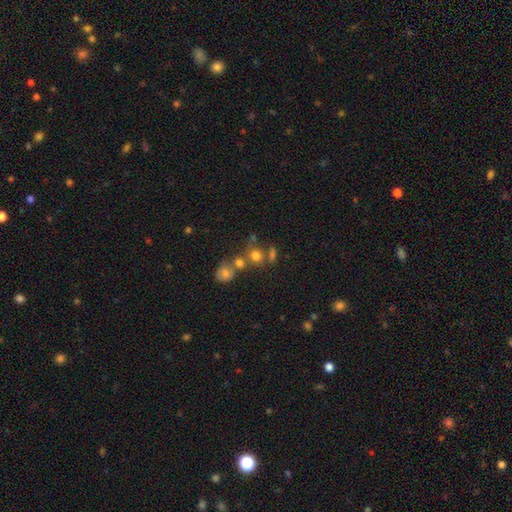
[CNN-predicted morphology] smooth_or_featured: smooth (p=0.71) [alt: star or artifact p=0.16]
how_rounded: round (p=0.79) [alt: in between p=0.20]
merging: none (p=0.50) [alt: merger p=0.34]